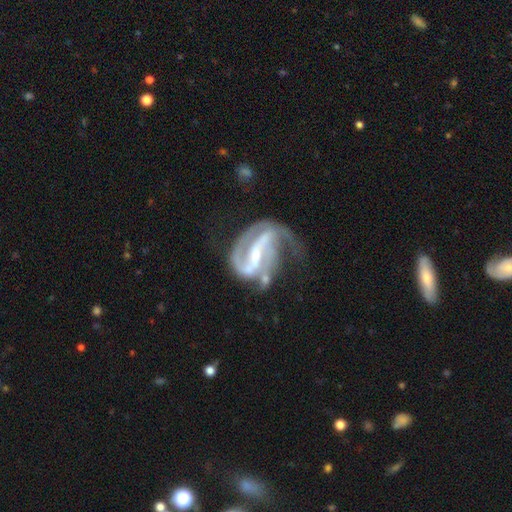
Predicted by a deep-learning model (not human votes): featured or disk 90%, star or artifact 5%, smooth 4%. Down the decision tree: edge-on disk — no (97%); bar — strong (62%); spiral arms — yes (96%); spiral arm count — 2 (70%); spiral winding — medium (48%); bulge size — small (67%); merging — major disturbance (35%).